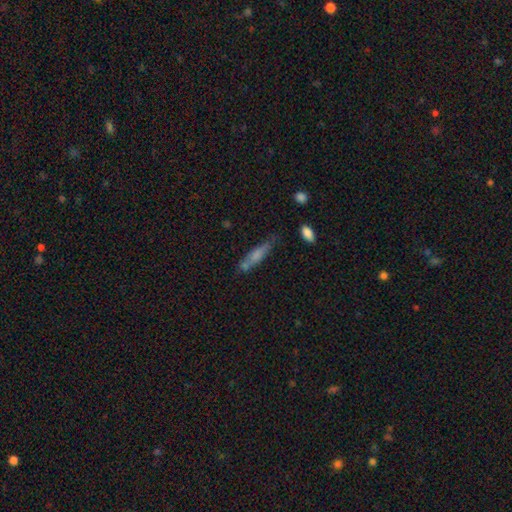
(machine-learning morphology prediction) Q: Smooth or featured?
A: smooth (63%); runner-up: featured or disk (29%)
Q: How rounded?
A: cigar-shaped (80%); runner-up: in between (18%)
Q: Merging?
A: none (61%); runner-up: minor disturbance (21%)